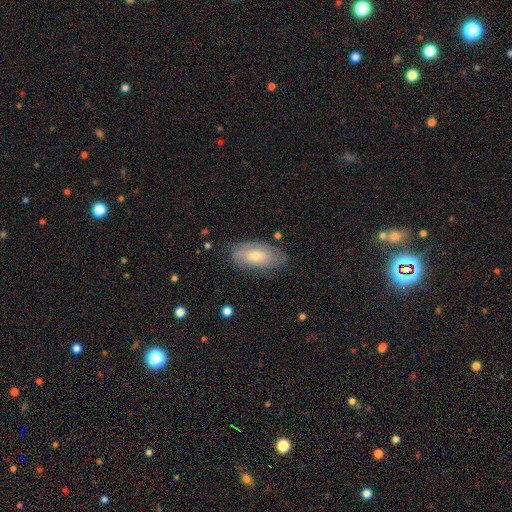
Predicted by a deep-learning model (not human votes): smooth-or-featured: featured or disk: 47% | smooth: 45% | star or artifact: 7%
  merging: none: 76% | minor disturbance: 18% | major disturbance: 4% | merger: 1%